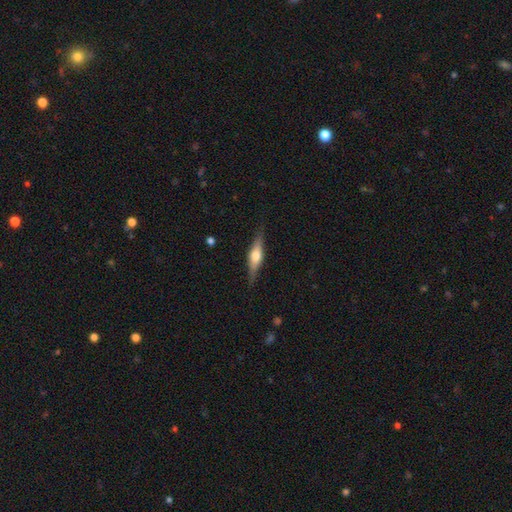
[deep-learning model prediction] The model was most divided on "smooth or featured": featured or disk: 63%, smooth: 30%, star or artifact: 6%. More confident: edge-on disk — yes (96%); edge-on bulge — rounded (89%); merging — none (86%).